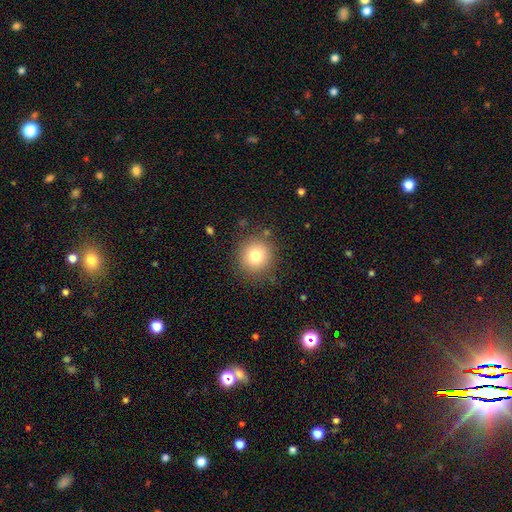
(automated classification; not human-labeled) Morphology: type=smooth (78%); roundness=round (92%); merging=none (85%).